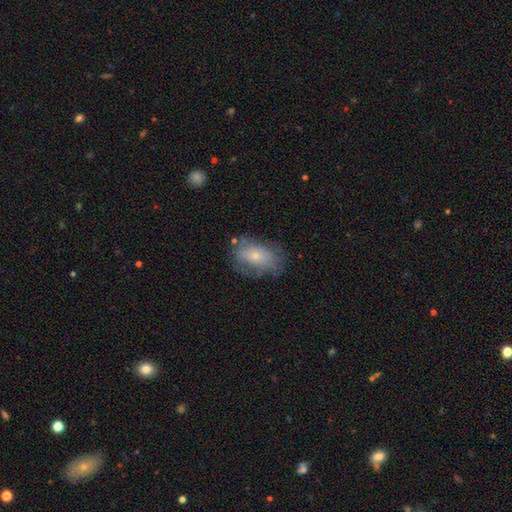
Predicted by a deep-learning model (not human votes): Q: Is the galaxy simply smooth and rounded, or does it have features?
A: smooth — 59%.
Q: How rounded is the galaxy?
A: in between — 83%.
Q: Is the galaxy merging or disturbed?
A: none — 59%.